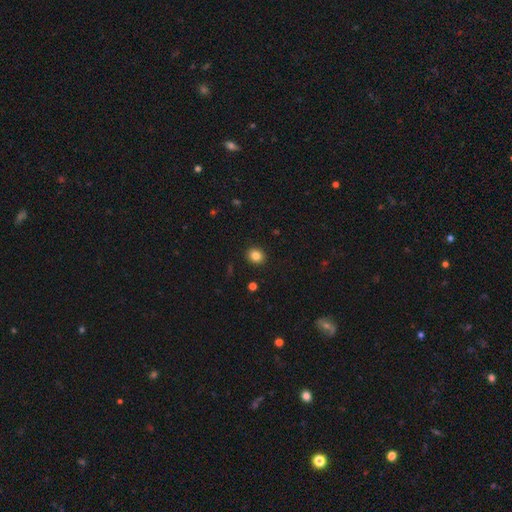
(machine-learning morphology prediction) smooth-or-featured: smooth: 84% | star or artifact: 11% | featured or disk: 6%
  how-rounded: round: 75% | in between: 24% | cigar-shaped: 1%
  merging: none: 91% | minor disturbance: 6% | major disturbance: 2% | merger: 1%